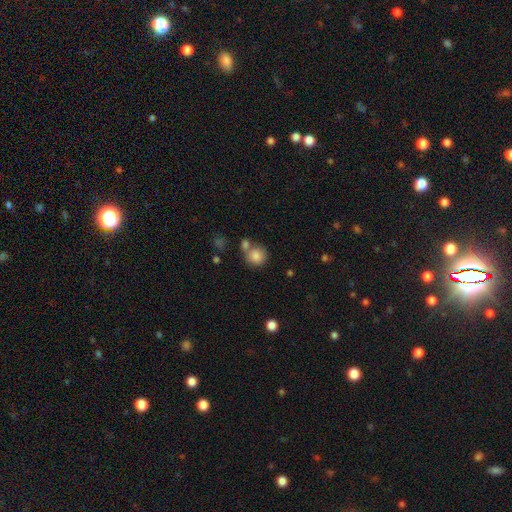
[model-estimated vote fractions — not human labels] Smooth or featured: smooth — 84% (star or artifact — 9%)
How rounded: round — 87% (in between — 12%)
Merging: none — 56% (merger — 29%)